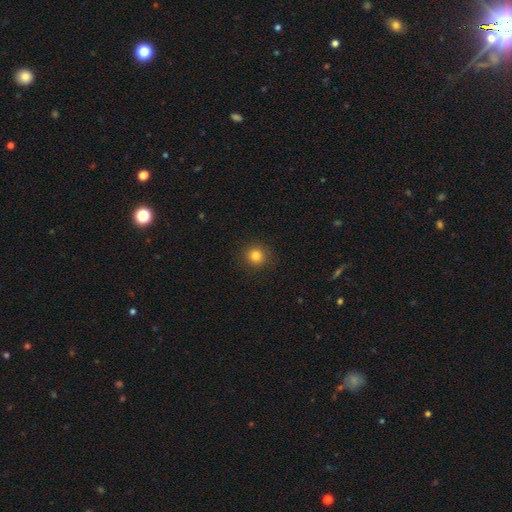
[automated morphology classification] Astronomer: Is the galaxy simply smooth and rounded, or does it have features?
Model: smooth — 82%.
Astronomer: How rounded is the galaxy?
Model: round — 92%.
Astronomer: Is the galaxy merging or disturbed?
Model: none — 90%.